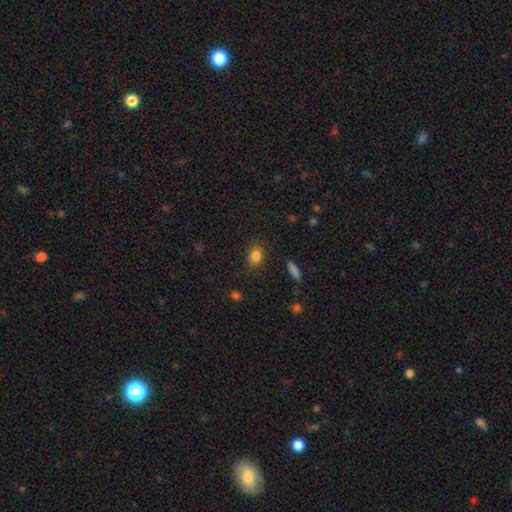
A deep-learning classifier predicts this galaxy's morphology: This appears to be a smooth galaxy with no disk features (83%) that is in between round and cigar-shaped (69%). Merging: none (85%).